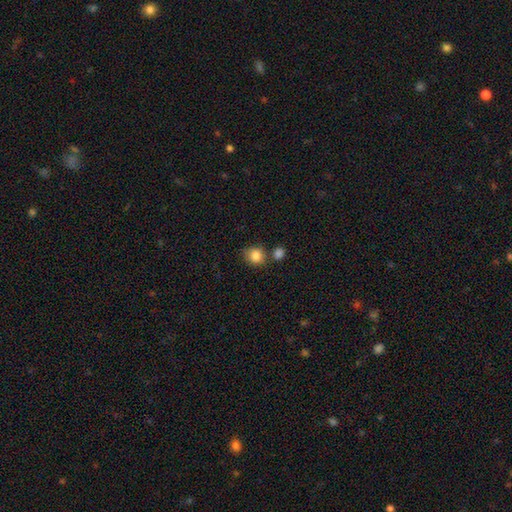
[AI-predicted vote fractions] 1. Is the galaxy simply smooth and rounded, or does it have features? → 86% smooth, 9% star or artifact, 5% featured or disk.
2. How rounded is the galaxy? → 81% round, 18% in between, 1% cigar-shaped.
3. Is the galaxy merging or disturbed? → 66% none, 16% merger, 14% minor disturbance, 4% major disturbance.